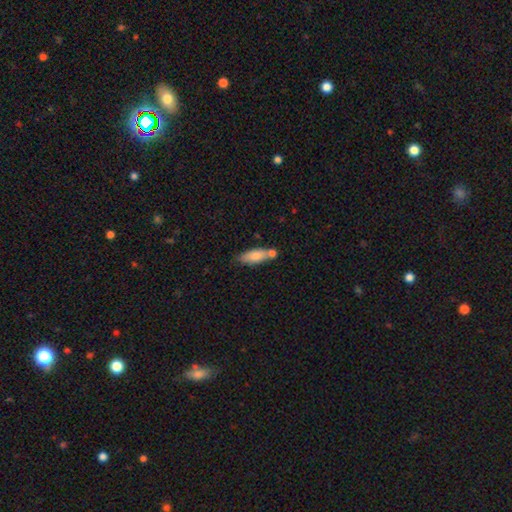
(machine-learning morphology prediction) Smooth or featured? smooth (77%)
How rounded? in between (66%)
Merging? none (56%)